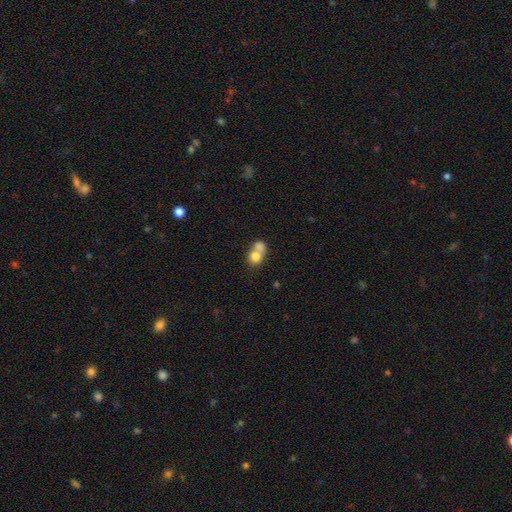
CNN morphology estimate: smooth-or-featured: smooth: 75% | featured or disk: 16% | star or artifact: 9%
  how-rounded: round: 66% | in between: 33% | cigar-shaped: 1%
  merging: merger: 67% | none: 24% | minor disturbance: 6% | major disturbance: 3%